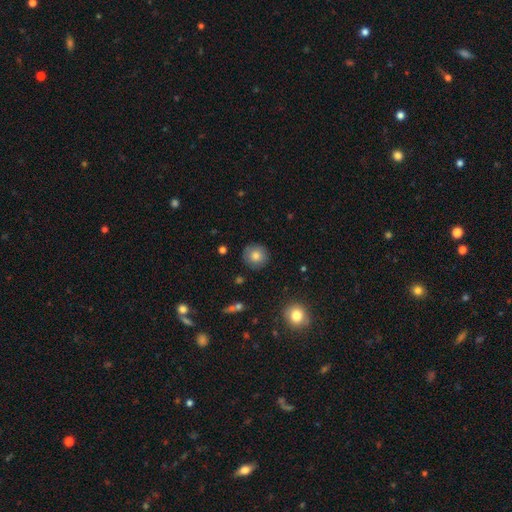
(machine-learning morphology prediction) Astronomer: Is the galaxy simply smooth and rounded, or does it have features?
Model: smooth — 78%.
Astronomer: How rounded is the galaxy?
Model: round — 93%.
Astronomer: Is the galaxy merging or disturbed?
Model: none — 88%.